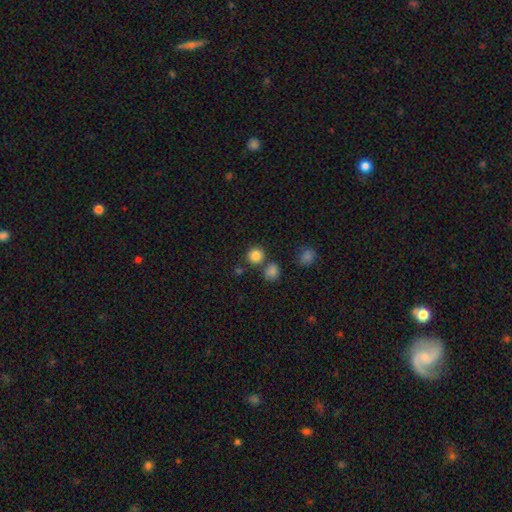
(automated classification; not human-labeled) A smooth galaxy with no disk features (83%) that is round (92%). Merging: none (75%).